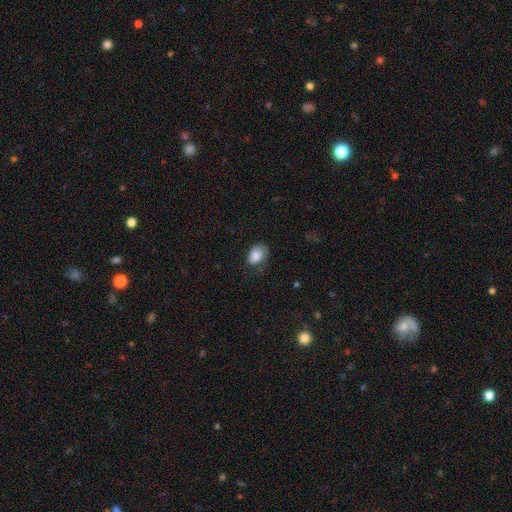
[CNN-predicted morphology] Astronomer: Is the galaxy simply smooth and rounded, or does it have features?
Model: smooth — 81%.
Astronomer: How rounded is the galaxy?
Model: in between — 83%.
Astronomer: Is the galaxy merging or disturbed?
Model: none — 52% (runner-up: minor disturbance, 30%).